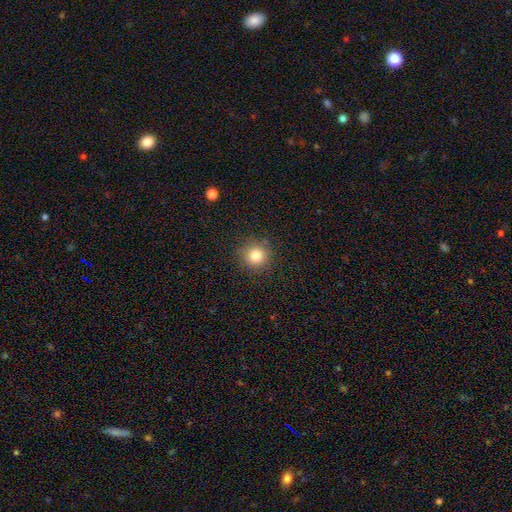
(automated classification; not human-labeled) This is clearly a smooth galaxy (81%). How rounded: clearly round (94%). Merging: clearly none (88%).